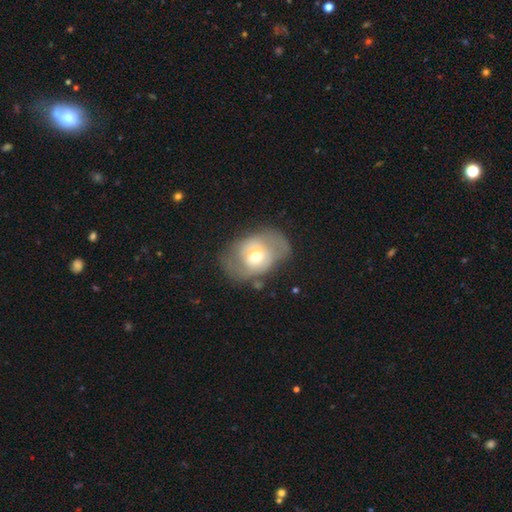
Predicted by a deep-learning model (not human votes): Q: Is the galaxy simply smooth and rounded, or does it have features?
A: smooth — 47%.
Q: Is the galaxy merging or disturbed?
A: none — 57%.